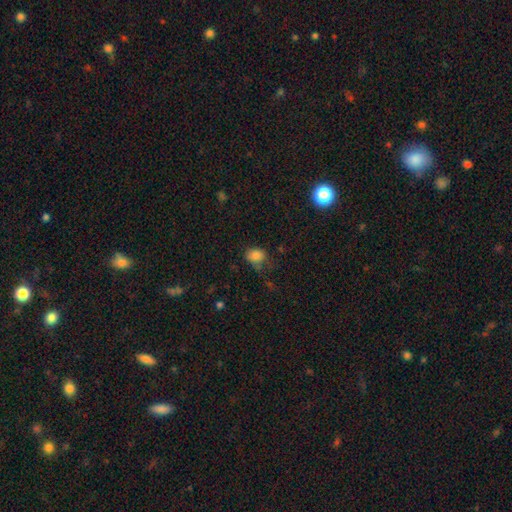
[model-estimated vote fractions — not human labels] Smooth or featured? smooth (81%)
How rounded? in between (57%)
Merging? none (57%)